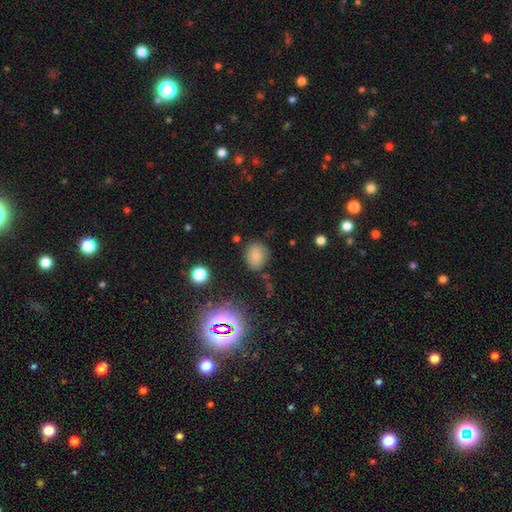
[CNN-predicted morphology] type=smooth (76%); roundness=round (55%); merging=none (78%).